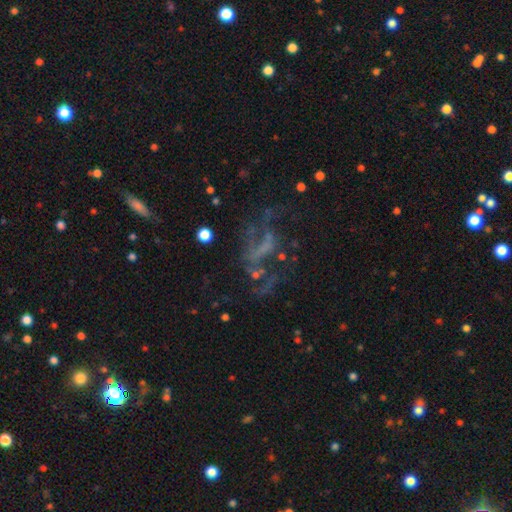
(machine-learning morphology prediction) Smooth or featured? featured or disk (56%)
Edge-on disk? no (94%)
Bar? no (53%)
Spiral arms? no (52%)
Bulge size? none (70%)
Merging? none (43%)